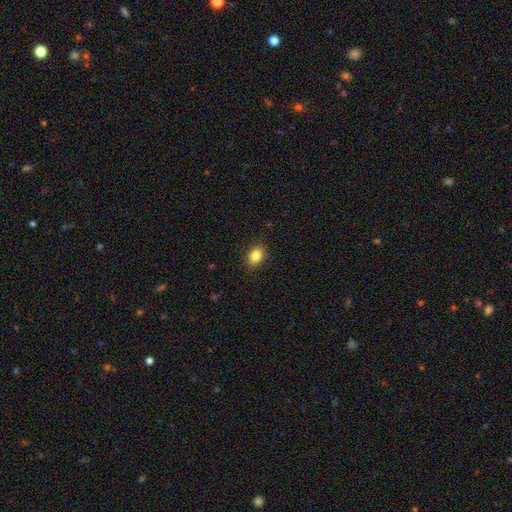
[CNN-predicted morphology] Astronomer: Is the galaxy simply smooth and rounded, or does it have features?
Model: smooth — 85%.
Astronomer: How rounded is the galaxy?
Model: in between — 74%.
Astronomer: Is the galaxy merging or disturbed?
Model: none — 88%.